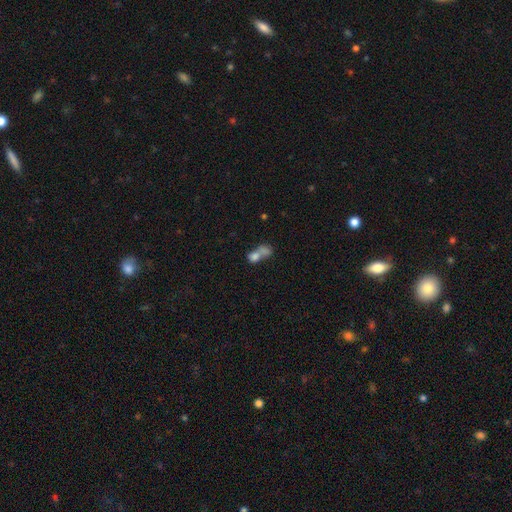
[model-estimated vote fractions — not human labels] smooth_or_featured: smooth (p=0.72) [alt: featured or disk p=0.17]
how_rounded: in between (p=0.61) [alt: round p=0.35]
merging: merger (p=0.71) [alt: none p=0.16]